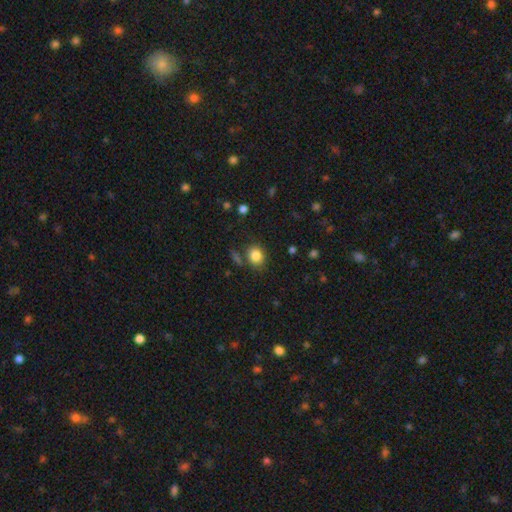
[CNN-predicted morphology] The model was most divided on "how rounded": round: 65%, in between: 34%, cigar-shaped: 1%. More confident: smooth or featured — smooth (84%); merging — none (75%).